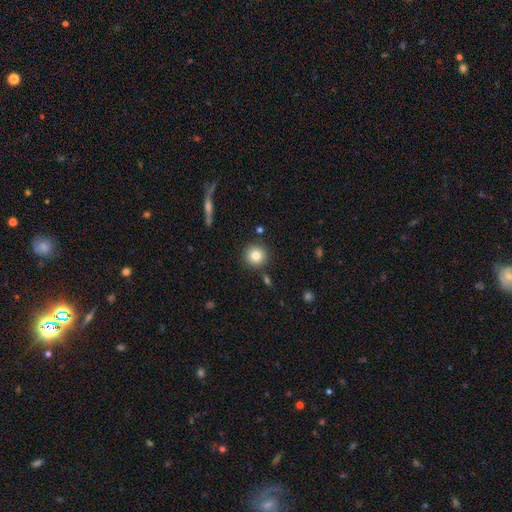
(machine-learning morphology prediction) smooth_or_featured: smooth (p=0.82) [alt: star or artifact p=0.10]
how_rounded: round (p=0.94) [alt: in between p=0.05]
merging: none (p=0.87) [alt: minor disturbance p=0.07]